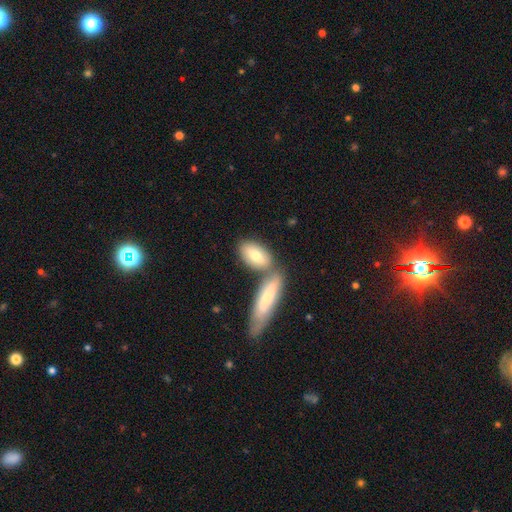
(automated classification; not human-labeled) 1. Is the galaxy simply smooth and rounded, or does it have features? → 73% smooth, 21% featured or disk, 5% star or artifact.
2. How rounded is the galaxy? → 82% in between, 15% cigar-shaped, 3% round.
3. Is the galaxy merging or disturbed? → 49% none, 37% merger, 10% minor disturbance, 3% major disturbance.